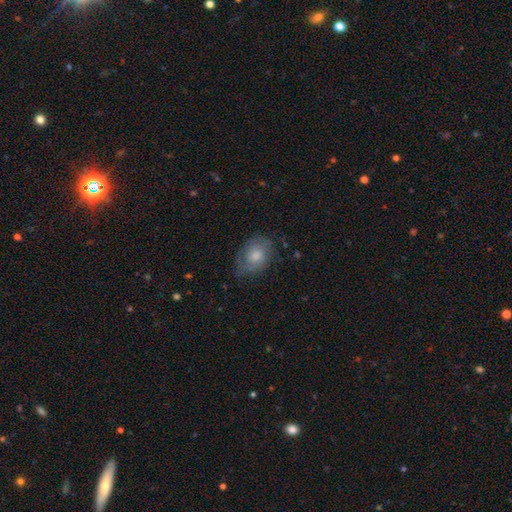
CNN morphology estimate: Smooth or featured? smooth (58%)
How rounded? in between (68%)
Merging? none (61%)